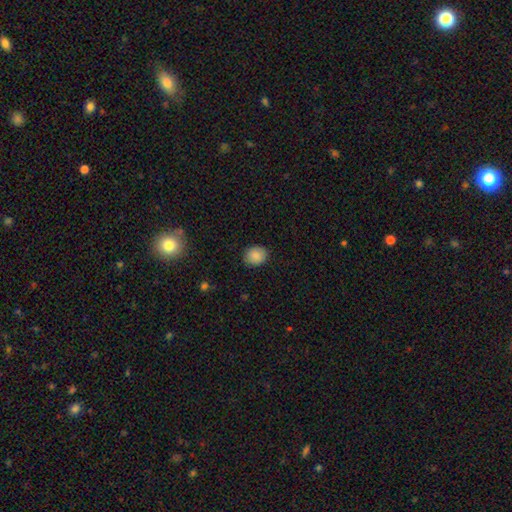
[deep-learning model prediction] Morphology: type=smooth (88%); roundness=round (64%); merging=none (88%).